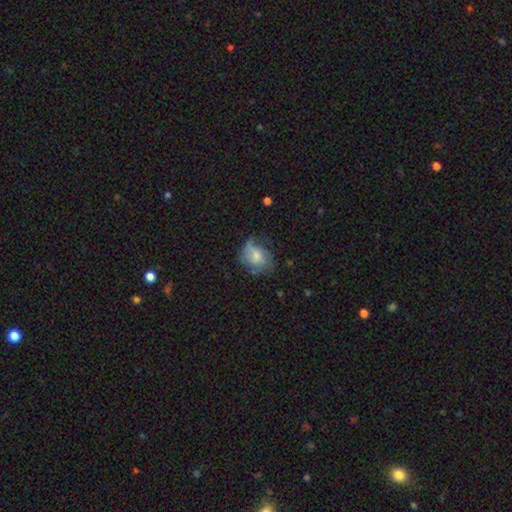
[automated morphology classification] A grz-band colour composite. It shows a smooth galaxy with no disk features (62%) that is in between round and cigar-shaped (57%). Merging: none (44%).